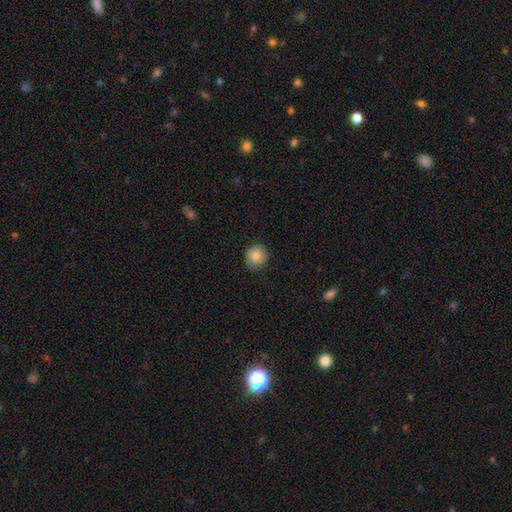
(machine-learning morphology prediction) Smooth or featured: smooth — 72% (featured or disk — 20%)
How rounded: round — 87% (in between — 13%)
Merging: none — 77% (minor disturbance — 17%)